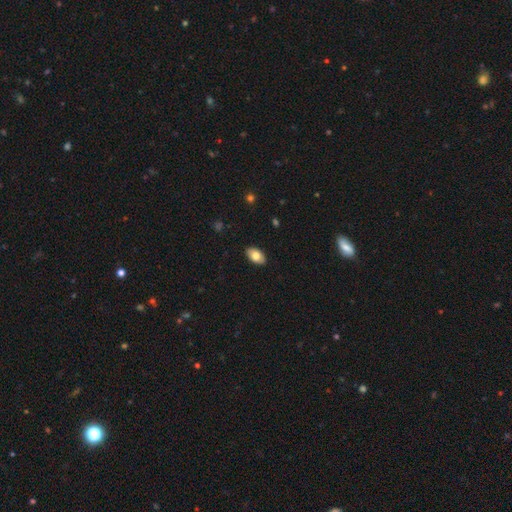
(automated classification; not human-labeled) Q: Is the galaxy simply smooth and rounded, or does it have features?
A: smooth — 77%.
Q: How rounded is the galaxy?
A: in between — 93%.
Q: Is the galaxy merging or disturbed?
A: none — 88%.